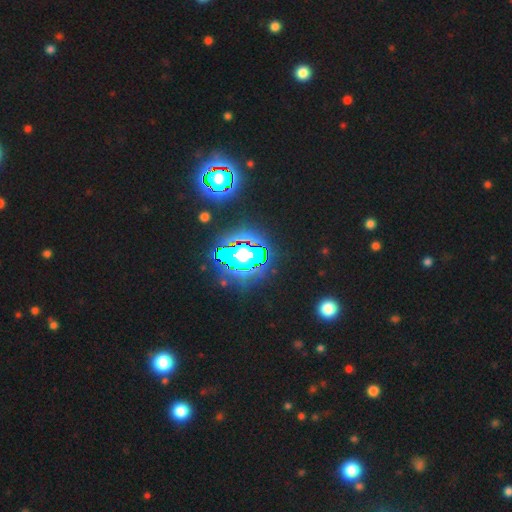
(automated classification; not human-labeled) Morphology: type=star or artifact (83%).